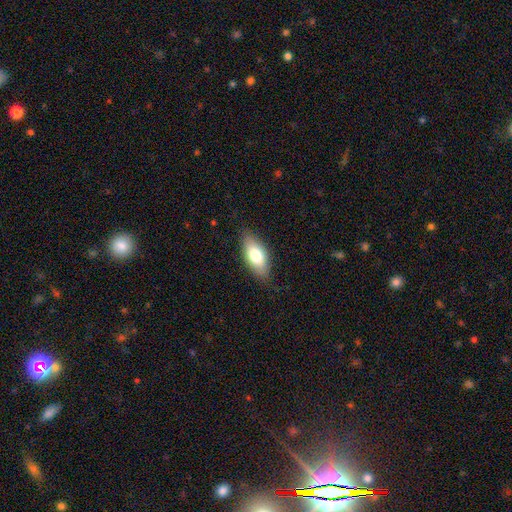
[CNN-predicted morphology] Smooth or featured? Predicted: smooth (p=0.75). How rounded? Predicted: in between (p=0.87). Merging? Predicted: none (p=0.80).